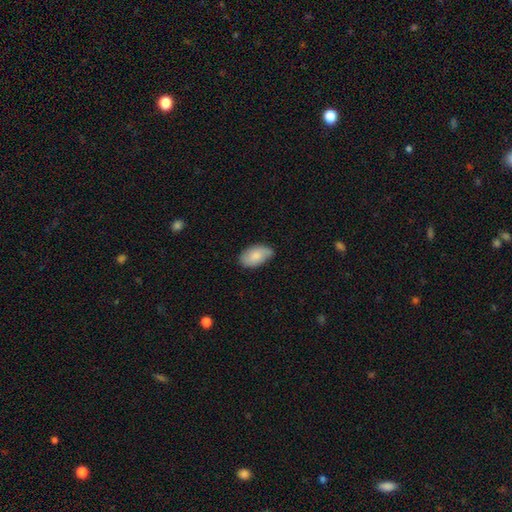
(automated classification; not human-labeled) Smooth or featured? smooth (77%)
How rounded? in between (94%)
Merging? none (68%)